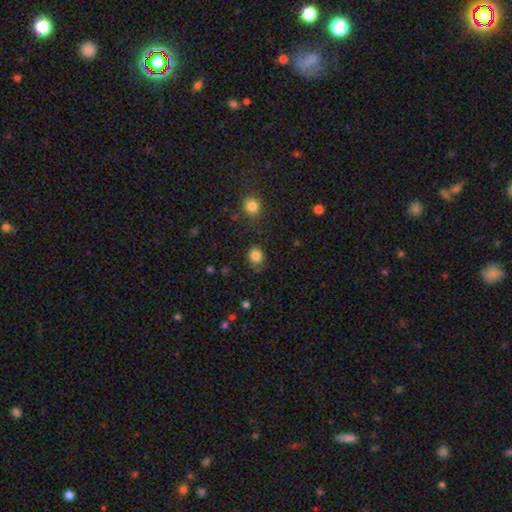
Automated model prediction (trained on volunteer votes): A smooth galaxy with no disk features (84%) that is round (68%).

Vote fractions:
- Smooth or featured? smooth: 84% / star or artifact: 11% / featured or disk: 4%
- How rounded? round: 68% / in between: 31% / cigar-shaped: 1%
- Merging? none: 75% / minor disturbance: 17% / major disturbance: 5% / merger: 3%